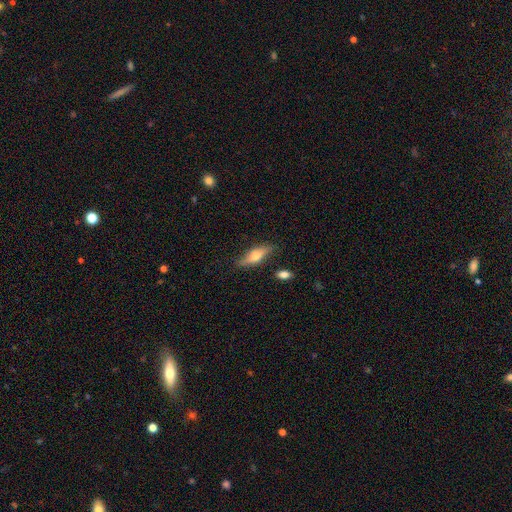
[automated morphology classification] Q: Smooth or featured?
A: smooth (50%); runner-up: featured or disk (43%)
Q: How rounded?
A: in between (50%); runner-up: cigar-shaped (46%)
Q: Merging?
A: none (75%); runner-up: minor disturbance (17%)